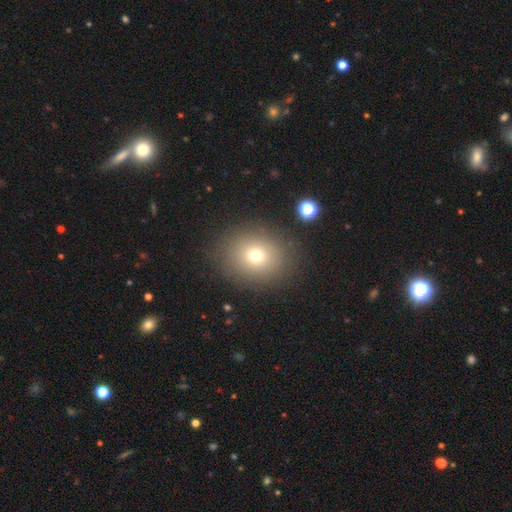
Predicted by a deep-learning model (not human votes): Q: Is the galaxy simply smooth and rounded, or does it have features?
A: smooth — 71%.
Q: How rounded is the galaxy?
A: round — 62%.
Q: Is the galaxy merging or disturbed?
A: none — 85%.